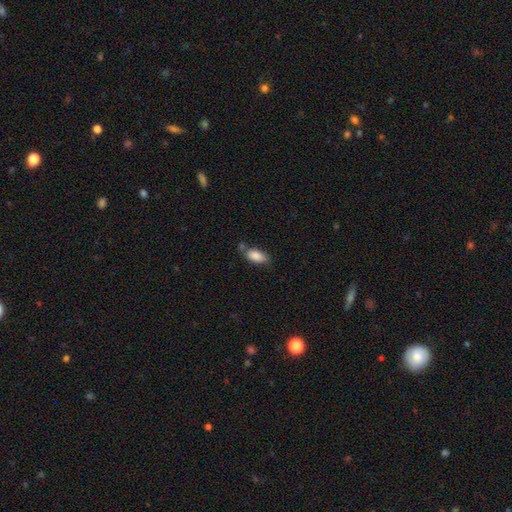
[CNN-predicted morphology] Smooth or featured? smooth (85%)
How rounded? in between (90%)
Merging? none (57%)